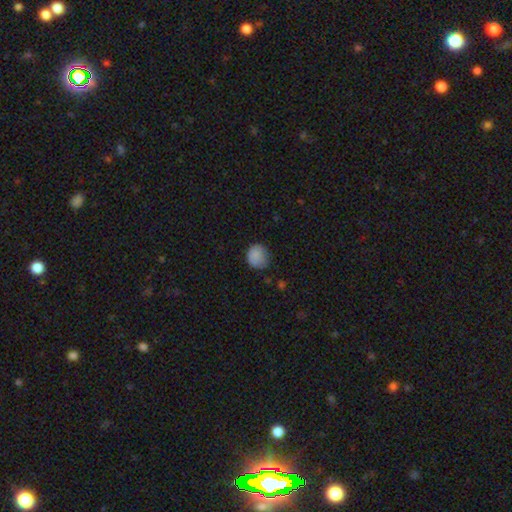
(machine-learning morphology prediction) This appears to be a smooth galaxy with no disk features (86%) that is round (84%). Merging: none (71%).